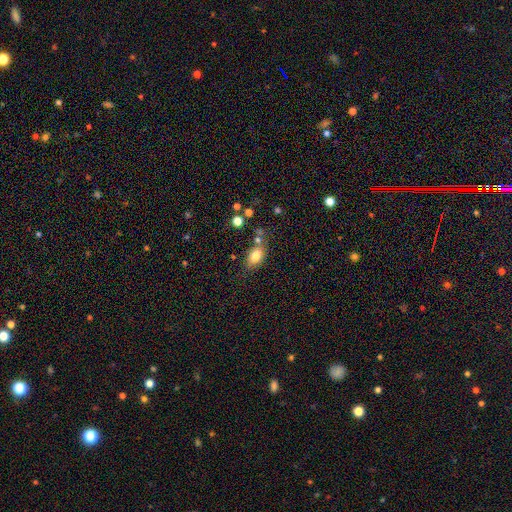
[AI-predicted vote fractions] A smooth galaxy with no disk features (79%) that is in between round and cigar-shaped (85%).

Vote fractions:
- Smooth or featured? smooth: 79% / featured or disk: 12% / star or artifact: 9%
- How rounded? in between: 85% / round: 12% / cigar-shaped: 3%
- Merging? none: 65% / minor disturbance: 18% / merger: 13% / major disturbance: 5%